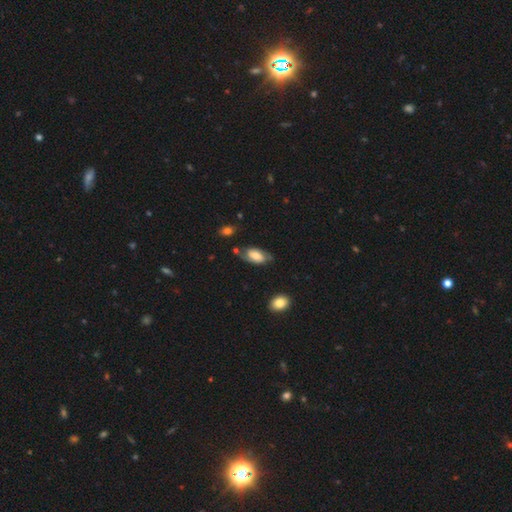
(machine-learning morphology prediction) A featured or disk galaxy (50%). Merging: none (63%).